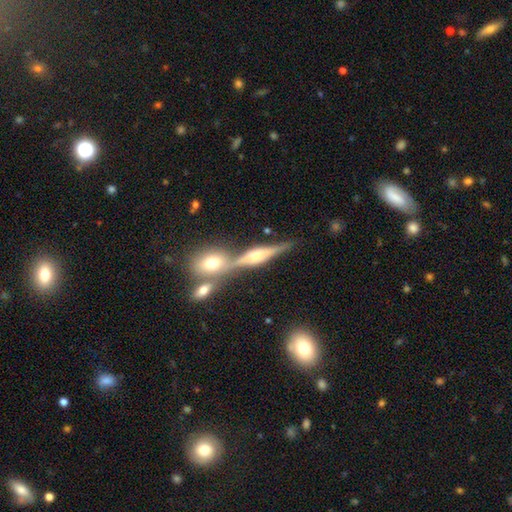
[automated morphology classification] A featured or disk galaxy (74%) viewed edge-on (94%) with a rounded central bulge (85%).

Vote fractions:
- Smooth or featured? featured or disk: 74% / smooth: 17% / star or artifact: 9%
- Edge-on disk? yes: 94% / no: 6%
- Edge-on bulge? rounded: 85% / boxy: 12% / none: 4%
- Merging? none: 62% / merger: 23% / minor disturbance: 11% / major disturbance: 4%